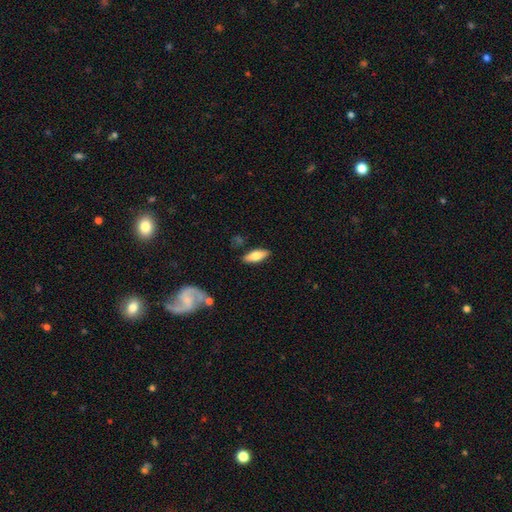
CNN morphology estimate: This is likely a smooth galaxy (67%). How rounded: likely in between (67%). Merging: clearly none (85%).